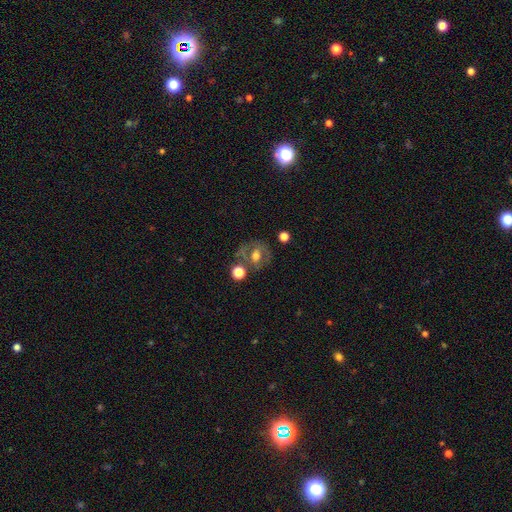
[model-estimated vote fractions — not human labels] Smooth or featured: featured or disk — 47% (smooth — 40%)
Merging: none — 61% (minor disturbance — 16%)